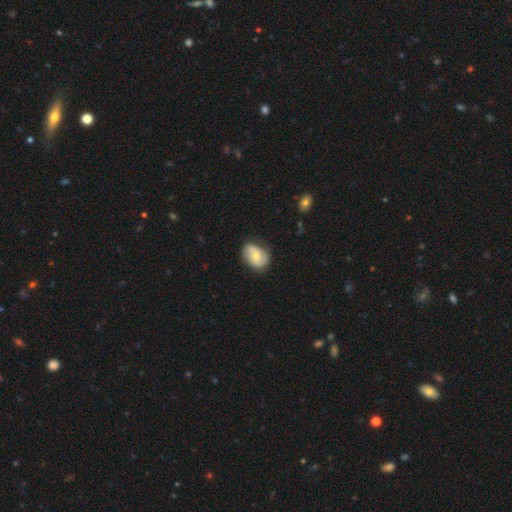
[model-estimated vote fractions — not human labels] A featured or disk galaxy (63%) with no bar (54%), 2 (84%) medium (44%) spiral arms (90%) and a moderate central bulge (48%).

Vote fractions:
- Smooth or featured? featured or disk: 63% / smooth: 31% / star or artifact: 6%
- Edge-on disk? no: 97% / yes: 3%
- Bar? no: 54% / weak: 37% / strong: 9%
- Spiral arms? yes: 90% / no: 10%
- Spiral winding? medium: 44% / tight: 28% / loose: 28%
- Spiral arm count? 2: 84% / can't tell: 9% / 1: 3% / 3: 2% / 4: 1% / more than 4: 1%
- Bulge size? moderate: 48% / small: 45% / none: 3% / large: 3% / dominant: 1%
- Merging? none: 75% / minor disturbance: 18% / major disturbance: 5% / merger: 1%